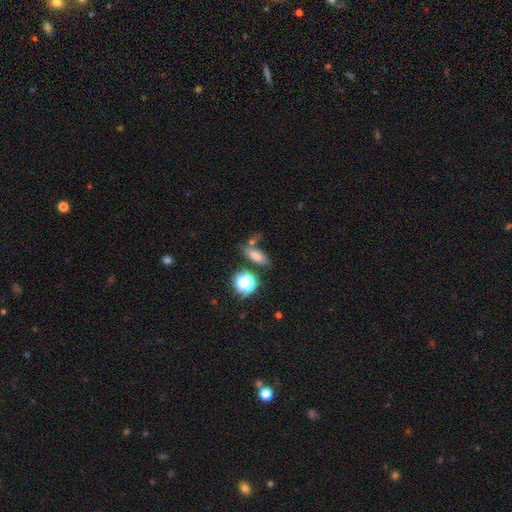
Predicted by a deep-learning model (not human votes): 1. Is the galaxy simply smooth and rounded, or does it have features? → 72% smooth, 16% star or artifact, 13% featured or disk.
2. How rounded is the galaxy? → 62% in between, 25% cigar-shaped, 12% round.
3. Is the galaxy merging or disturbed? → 59% none, 18% merger, 16% minor disturbance, 7% major disturbance.